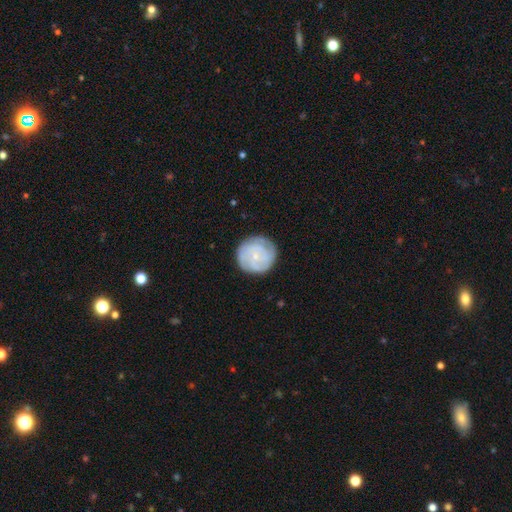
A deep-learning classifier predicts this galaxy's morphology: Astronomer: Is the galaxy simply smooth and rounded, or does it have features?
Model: featured or disk — 54% (runner-up: smooth, 40%).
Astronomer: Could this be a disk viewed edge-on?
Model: no — 98%.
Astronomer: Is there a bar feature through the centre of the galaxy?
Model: no — 79%.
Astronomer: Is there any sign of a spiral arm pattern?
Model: yes — 75%.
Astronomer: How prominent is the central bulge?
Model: small — 75%.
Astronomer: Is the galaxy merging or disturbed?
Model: none — 81%.